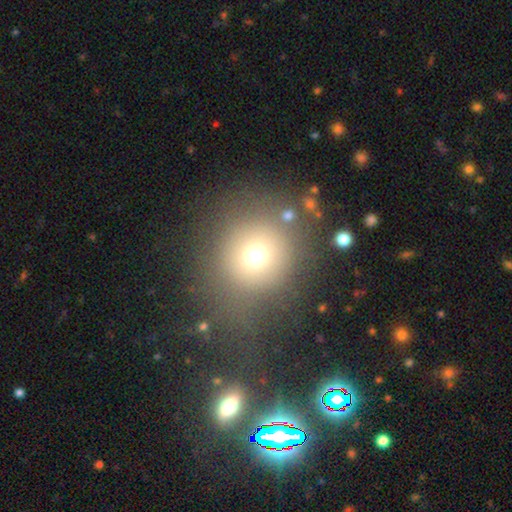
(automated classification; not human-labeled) Smooth or featured? smooth (70%)
How rounded? round (87%)
Merging? none (64%)